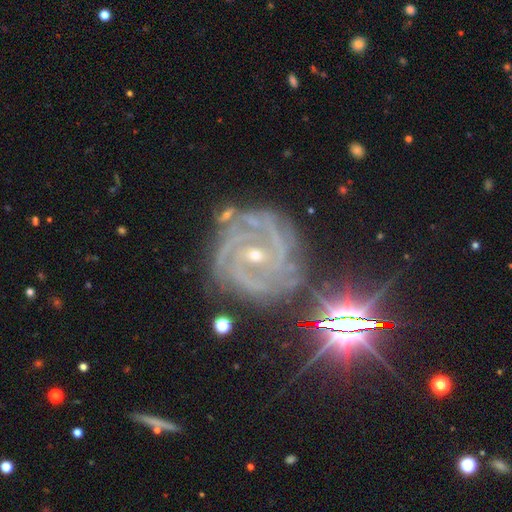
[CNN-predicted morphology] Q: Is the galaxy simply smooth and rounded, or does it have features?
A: featured or disk — 85%.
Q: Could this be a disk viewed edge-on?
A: no — 97%.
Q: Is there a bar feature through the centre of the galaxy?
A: no — 44%.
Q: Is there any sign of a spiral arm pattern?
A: yes — 98%.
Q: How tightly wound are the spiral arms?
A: tight — 73%.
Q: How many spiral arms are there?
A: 3 — 31%.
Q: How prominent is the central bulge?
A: small — 66%.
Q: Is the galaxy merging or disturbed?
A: none — 73%.